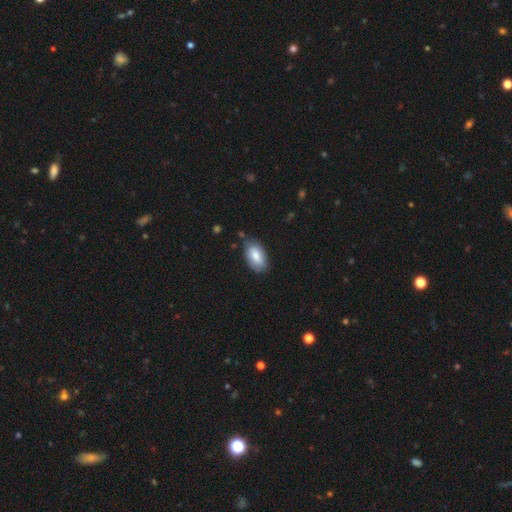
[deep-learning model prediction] smooth_or_featured: smooth (p=0.74) [alt: featured or disk p=0.20]
how_rounded: in between (p=0.94) [alt: round p=0.03]
merging: none (p=0.71) [alt: minor disturbance p=0.22]